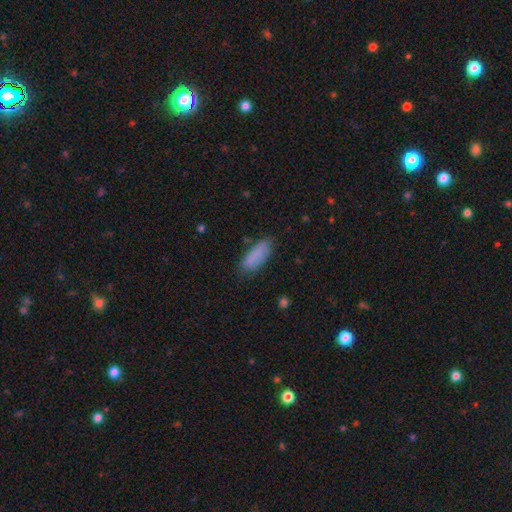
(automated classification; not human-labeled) smooth-or-featured: smooth: 86% | featured or disk: 7% | star or artifact: 7%
  how-rounded: in between: 71% | cigar-shaped: 27% | round: 2%
  merging: none: 75% | minor disturbance: 19% | major disturbance: 4% | merger: 2%